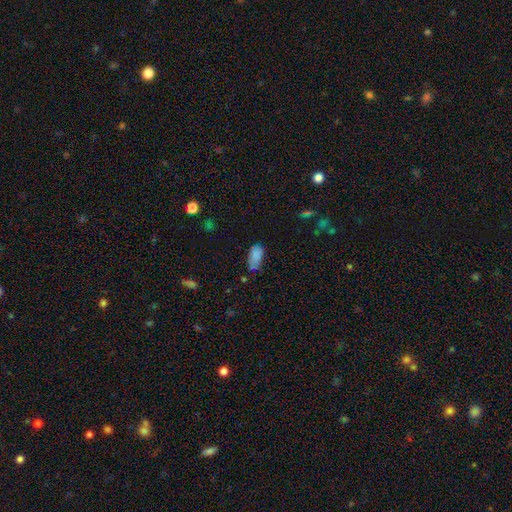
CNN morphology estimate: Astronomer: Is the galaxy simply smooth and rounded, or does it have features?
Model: smooth — 82%.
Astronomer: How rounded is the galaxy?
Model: in between — 90%.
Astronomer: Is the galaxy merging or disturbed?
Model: none — 47% (runner-up: minor disturbance, 36%).